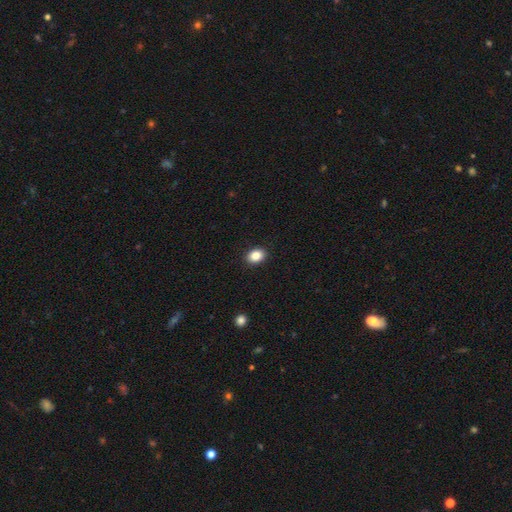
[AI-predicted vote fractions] This appears to be a smooth galaxy with no disk features (88%) that is in between round and cigar-shaped (69%). Merging: none (91%).